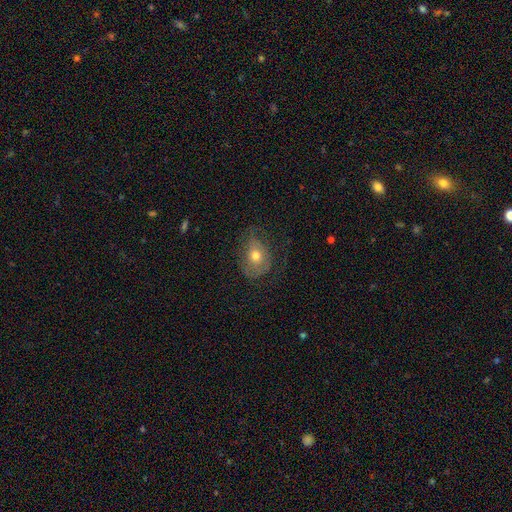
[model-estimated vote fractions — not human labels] Smooth or featured: smooth — 55% (featured or disk — 36%)
How rounded: in between — 58% (round — 41%)
Merging: none — 50% (minor disturbance — 27%)